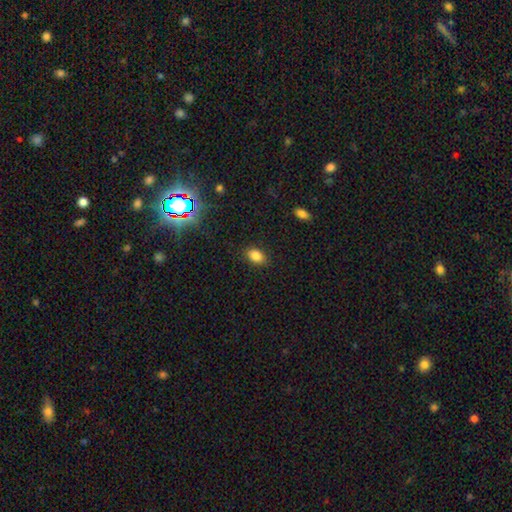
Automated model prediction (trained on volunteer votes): smooth 82%, star or artifact 12%, featured or disk 6%. Down the decision tree: how rounded — in between (82%); merging — none (86%).